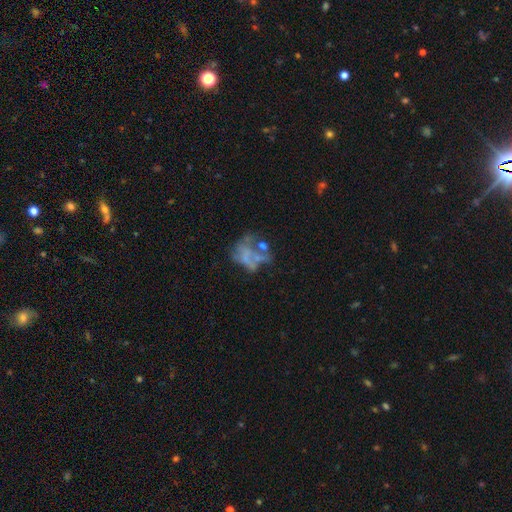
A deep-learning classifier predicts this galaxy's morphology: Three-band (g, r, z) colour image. It shows a featured or disk galaxy (59%) with no bar (91%), no spiral arms (91%) and no central bulge (80%). Merging: none (36%).